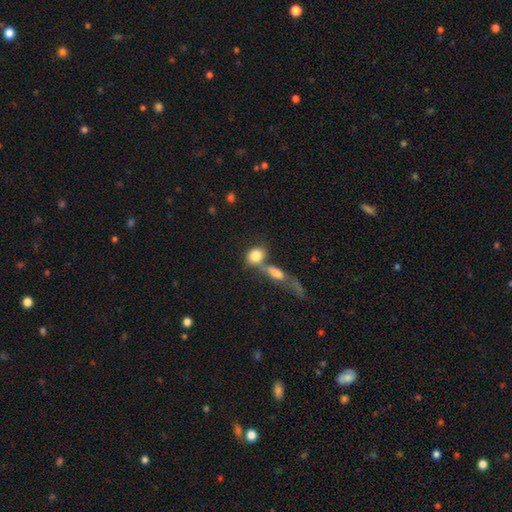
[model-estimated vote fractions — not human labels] smooth 81%, featured or disk 11%, star or artifact 8%. Down the decision tree: how rounded — in between (51%); merging — merger (48%).